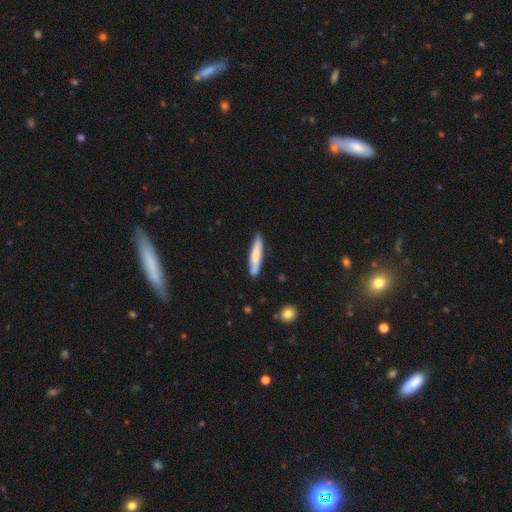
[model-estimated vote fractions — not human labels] Smooth or featured? smooth (73%)
How rounded? cigar-shaped (89%)
Merging? none (85%)